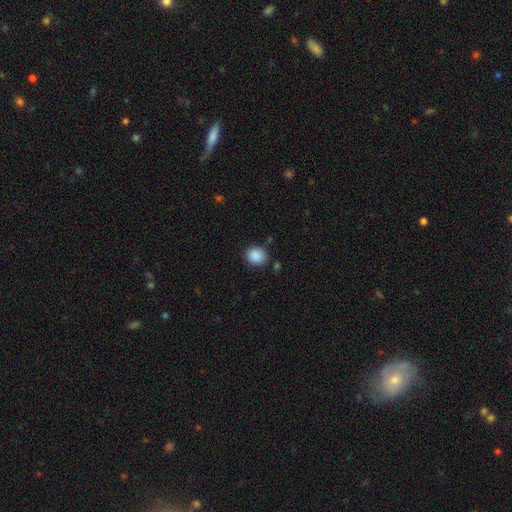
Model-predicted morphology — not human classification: smooth_or_featured: smooth (p=0.89) [alt: star or artifact p=0.08]
how_rounded: round (p=0.64) [alt: in between p=0.36]
merging: none (p=0.84) [alt: minor disturbance p=0.11]